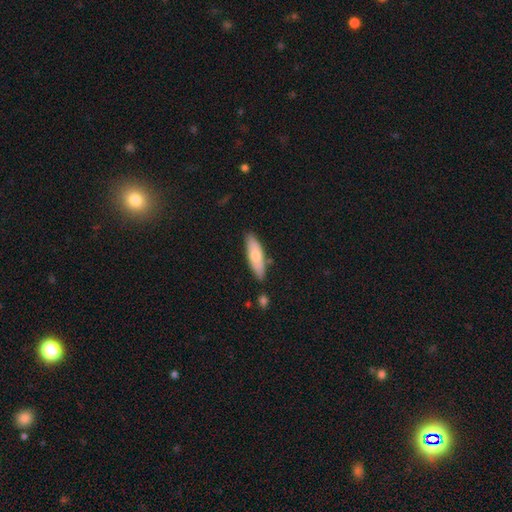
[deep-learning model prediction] The model was most divided on "how rounded": in between: 52%, cigar-shaped: 46%, round: 2%. More confident: merging — none (79%); smooth or featured — smooth (67%).